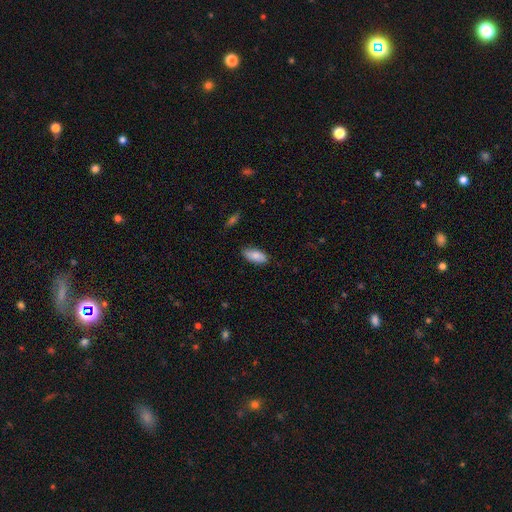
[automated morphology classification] This is clearly a smooth galaxy (84%). How rounded: clearly in between (88%). Merging: clearly none (82%).